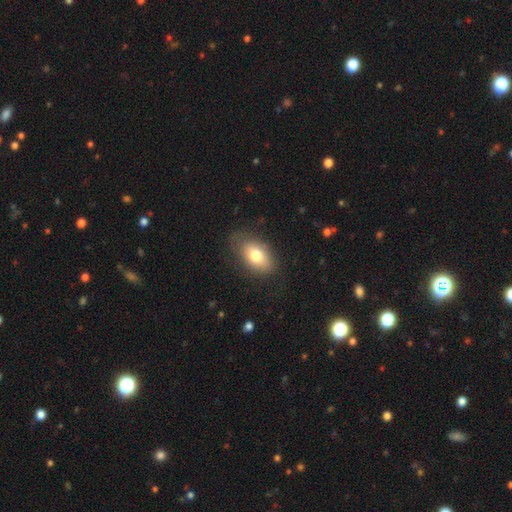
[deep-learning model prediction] A smooth galaxy with no disk features (75%) that is in between round and cigar-shaped (89%).

Vote fractions:
- Smooth or featured? smooth: 75% / featured or disk: 17% / star or artifact: 8%
- How rounded? in between: 89% / round: 9% / cigar-shaped: 2%
- Merging? none: 76% / minor disturbance: 18% / major disturbance: 6% / merger: 1%